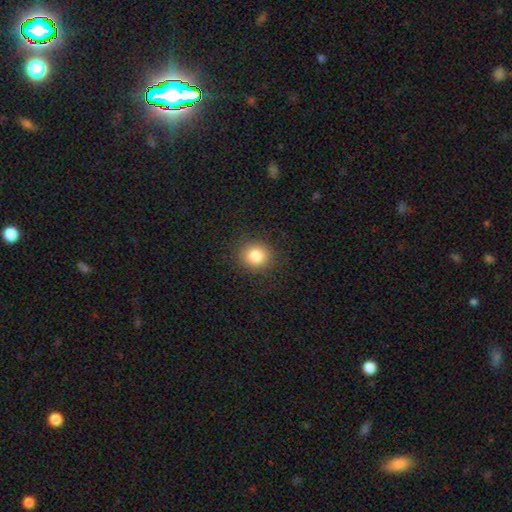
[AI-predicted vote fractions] Smooth or featured? smooth (84%)
How rounded? round (85%)
Merging? none (89%)